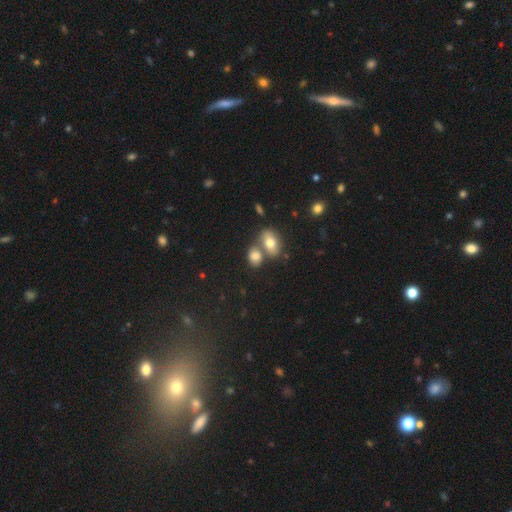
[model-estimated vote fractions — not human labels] Smooth or featured: smooth — 73% (featured or disk — 14%)
How rounded: in between — 70% (round — 27%)
Merging: none — 45% (merger — 42%)